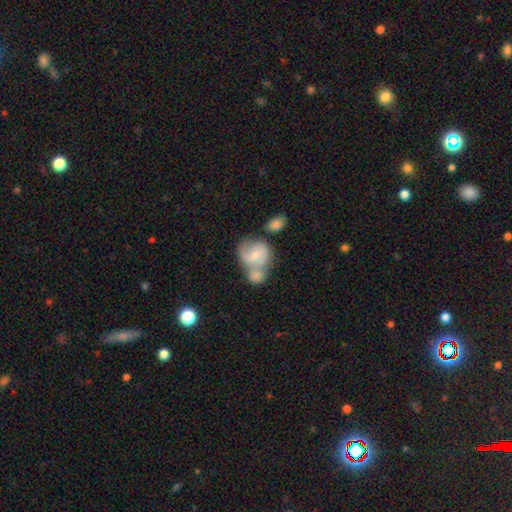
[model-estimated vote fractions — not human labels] featured or disk 55%, smooth 39%, star or artifact 7%. Down the decision tree: edge-on disk — no (97%); bar — no (56%); spiral arms — yes (79%); bulge size — small (54%); merging — merger (54%).